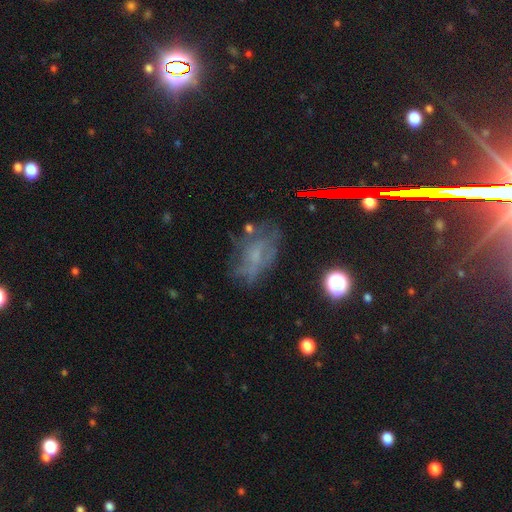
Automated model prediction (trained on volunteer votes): This is possibly a featured or disk galaxy (48%). Merging: possibly none (57%).